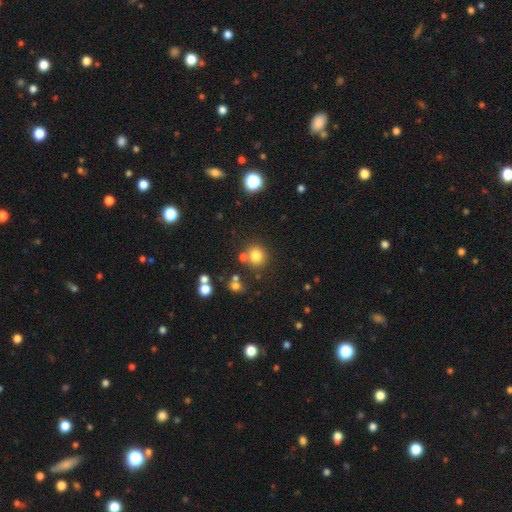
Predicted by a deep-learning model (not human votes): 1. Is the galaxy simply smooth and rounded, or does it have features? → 79% smooth, 14% star or artifact, 7% featured or disk.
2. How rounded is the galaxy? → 87% round, 12% in between, 1% cigar-shaped.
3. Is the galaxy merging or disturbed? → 74% none, 13% merger, 9% minor disturbance, 4% major disturbance.